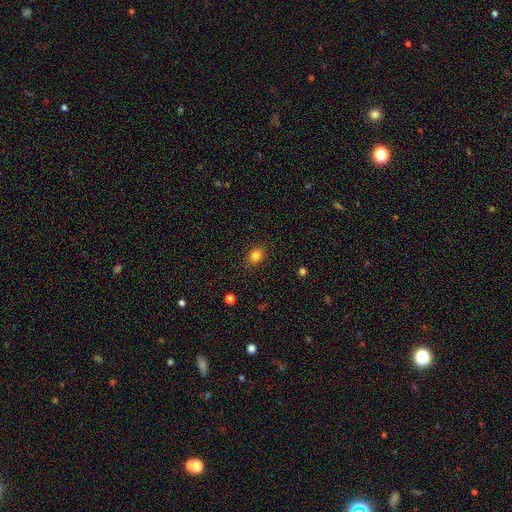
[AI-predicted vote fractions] This appears to be a smooth galaxy with no disk features (83%) that is in between round and cigar-shaped (56%). Merging: none (87%).